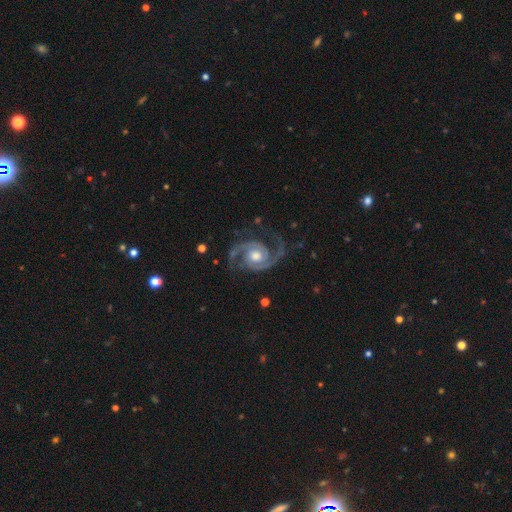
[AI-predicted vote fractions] Overall: featured or disk (94%). Edge-on disk: no (98%). Bar: no (68%). Spiral arms: yes (99%). Spiral arm count: 2 (94%). Spiral winding: medium (56%; tight 33%). Bulge size: moderate (70%). Merging: none (77%).